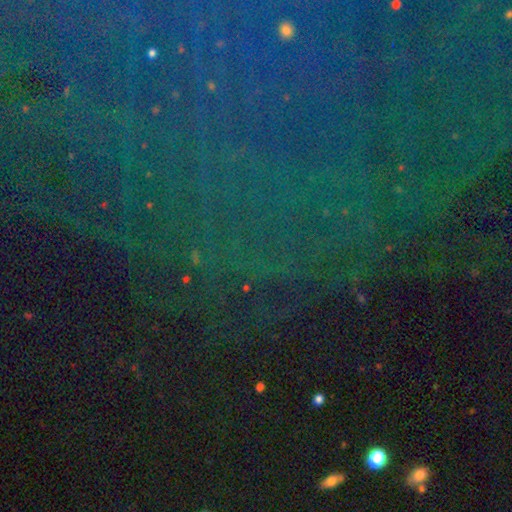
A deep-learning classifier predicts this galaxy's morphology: Smooth or featured?
  - star or artifact: 85% *
  - smooth: 8%
  - featured or disk: 7%